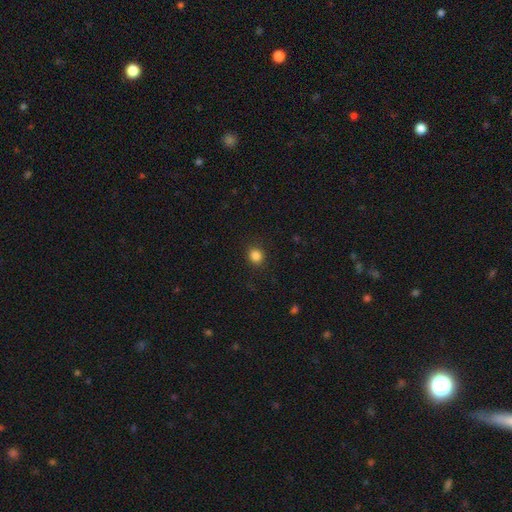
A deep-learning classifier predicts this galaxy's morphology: Smooth or featured? smooth (85%)
How rounded? round (82%)
Merging? none (89%)